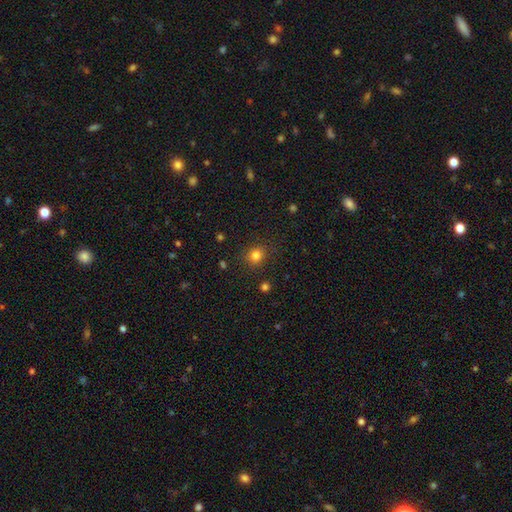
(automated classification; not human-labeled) This is clearly a smooth galaxy (81%). How rounded: clearly round (85%). Merging: clearly none (87%).